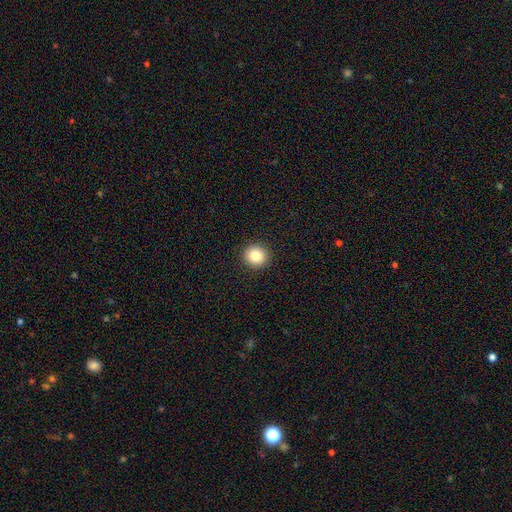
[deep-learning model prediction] Smooth or featured? Predicted: smooth (p=0.85). How rounded? Predicted: round (p=0.88). Merging? Predicted: none (p=0.92).